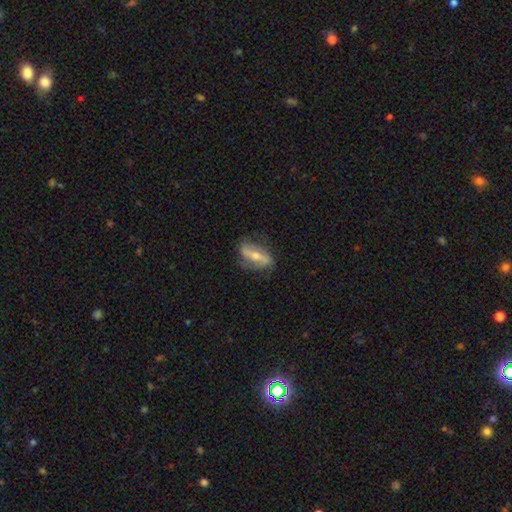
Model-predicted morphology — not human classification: This is likely a featured or disk galaxy (67%). It is clearly not viewed edge-on (82%). Bar: possibly strong (59%). Spiral arm pattern: likely yes (76%). Central bulge: possibly moderate (52%). Merging: likely none (72%).